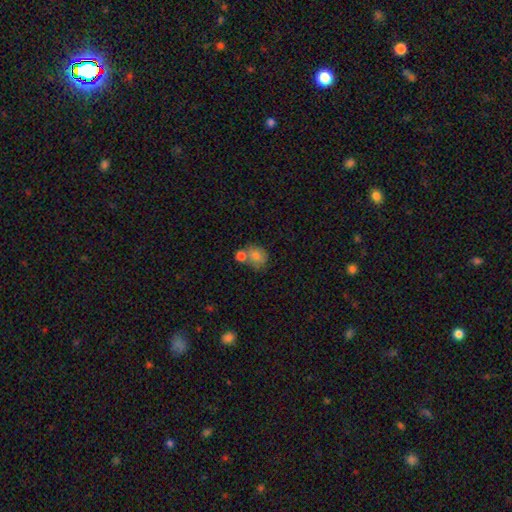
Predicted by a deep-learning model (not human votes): Smooth or featured? smooth (79%)
How rounded? round (67%)
Merging? none (48%)